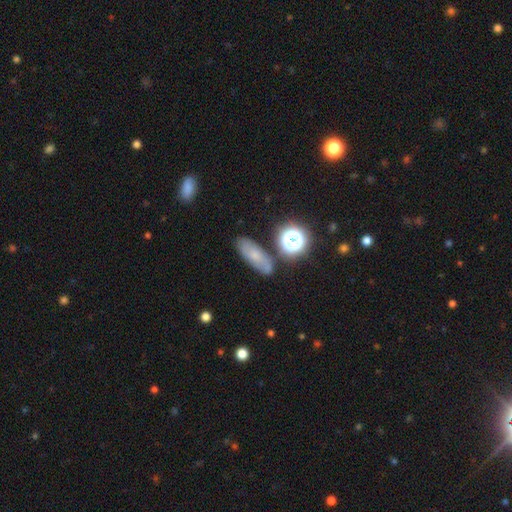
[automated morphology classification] smooth 51%, featured or disk 29%, star or artifact 21%. Down the decision tree: how rounded — in between (59%); merging — none (72%).